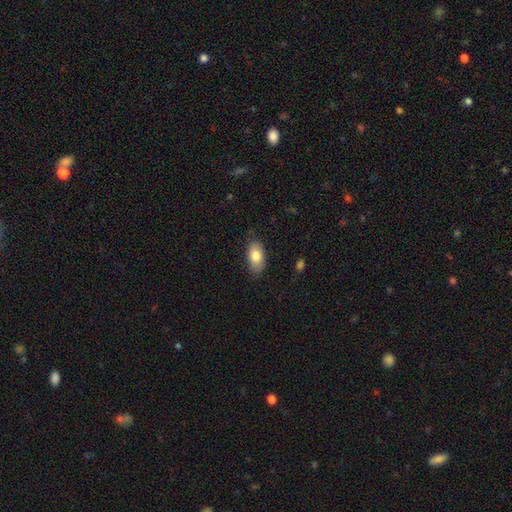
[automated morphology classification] Smooth or featured? Predicted: smooth (p=0.81). How rounded? Predicted: in between (p=0.92). Merging? Predicted: none (p=0.81).